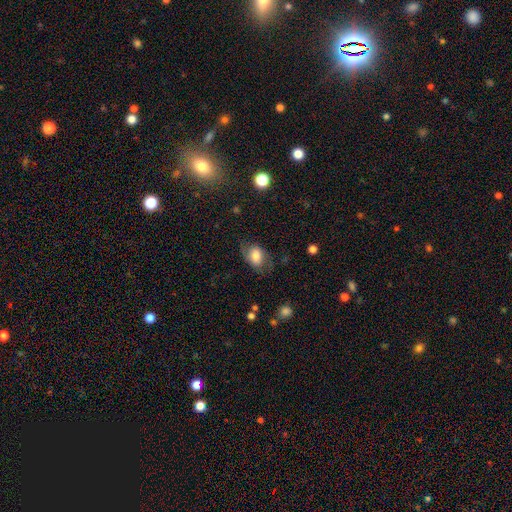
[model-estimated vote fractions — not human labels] Q: Smooth or featured?
A: smooth (64%); runner-up: featured or disk (28%)
Q: How rounded?
A: in between (77%); runner-up: round (22%)
Q: Merging?
A: none (62%); runner-up: minor disturbance (23%)